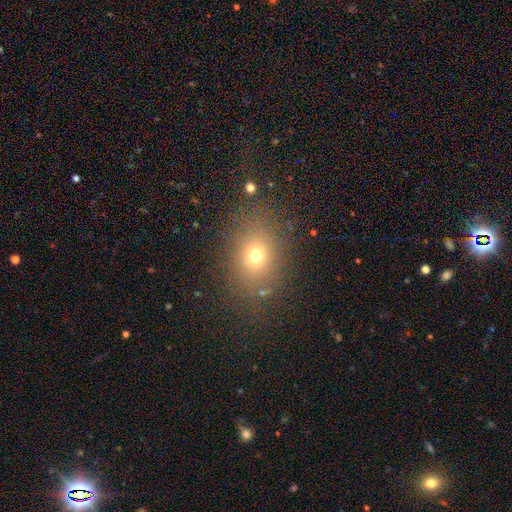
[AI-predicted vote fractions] Smooth or featured?
  - smooth: 69% *
  - star or artifact: 19%
  - featured or disk: 12%
How rounded?
  - in between: 53% *
  - round: 46%
  - cigar-shaped: 1%
Merging?
  - none: 81% *
  - minor disturbance: 11%
  - major disturbance: 6%
  - merger: 2%